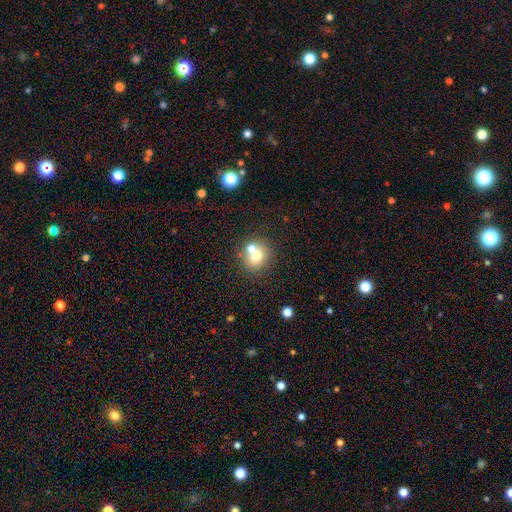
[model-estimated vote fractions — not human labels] The model was most divided on "merging": none: 51%, merger: 38%, minor disturbance: 8%, major disturbance: 3%. More confident: how rounded — round (80%); smooth or featured — smooth (69%).